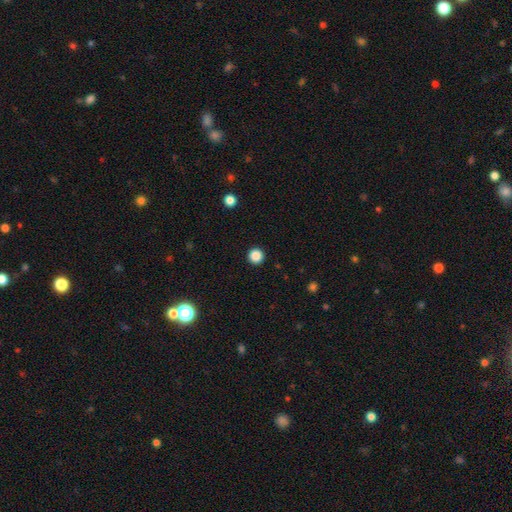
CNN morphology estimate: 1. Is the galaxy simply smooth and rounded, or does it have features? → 87% smooth, 11% star or artifact, 2% featured or disk.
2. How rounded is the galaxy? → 96% round, 3% in between, 1% cigar-shaped.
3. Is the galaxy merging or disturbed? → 93% none, 4% minor disturbance, 2% major disturbance, 1% merger.